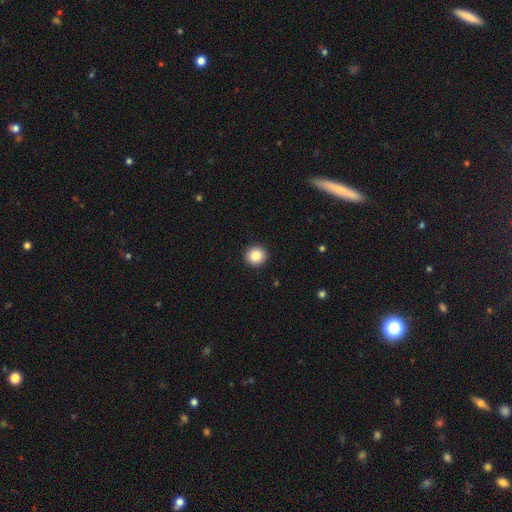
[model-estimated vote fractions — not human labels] The model was most divided on "smooth or featured": smooth: 85%, star or artifact: 9%, featured or disk: 6%. More confident: merging — none (93%); how rounded — round (92%).